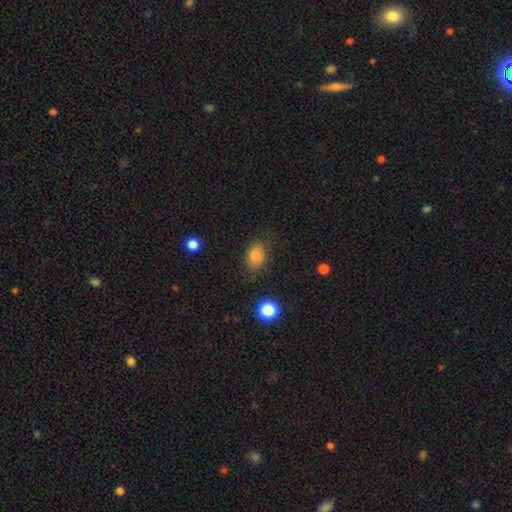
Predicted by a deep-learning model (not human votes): Q: Smooth or featured?
A: smooth (82%); runner-up: star or artifact (11%)
Q: How rounded?
A: in between (73%); runner-up: round (25%)
Q: Merging?
A: none (75%); runner-up: minor disturbance (18%)